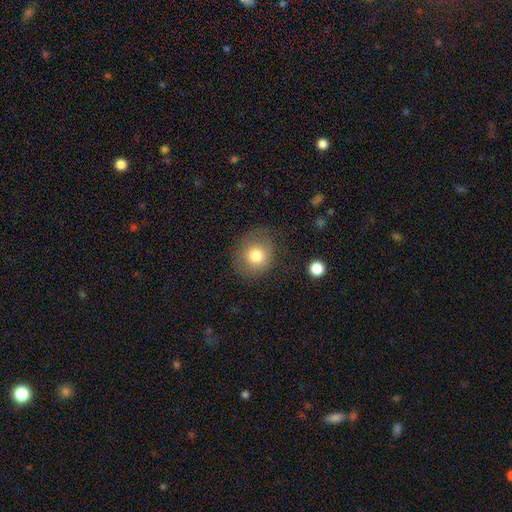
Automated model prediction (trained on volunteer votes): This is likely a smooth galaxy (78%). How rounded: clearly round (80%). Merging: likely none (75%).